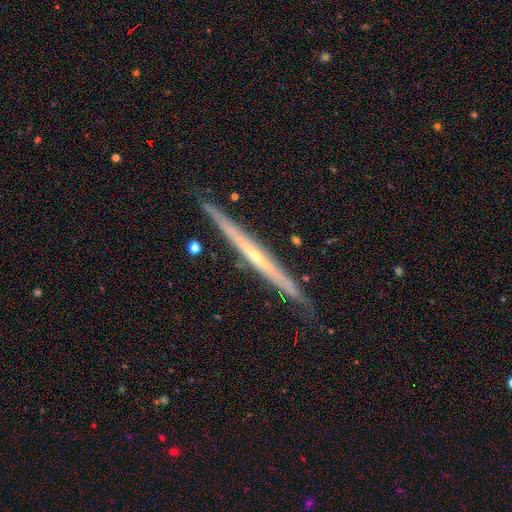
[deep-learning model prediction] Q: Smooth or featured?
A: featured or disk (76%); runner-up: smooth (18%)
Q: Edge-on disk?
A: yes (97%); runner-up: no (3%)
Q: Edge-on bulge?
A: none (55%); runner-up: rounded (41%)
Q: Merging?
A: none (85%); runner-up: minor disturbance (12%)